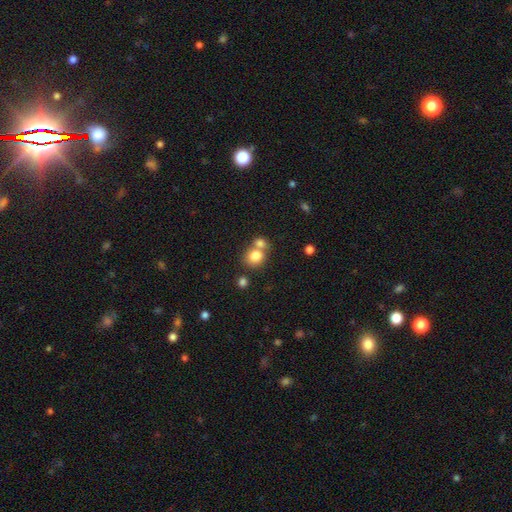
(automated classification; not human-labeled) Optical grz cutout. It shows a smooth galaxy with no disk features (81%) that is round (73%). Merging: merger (47%).